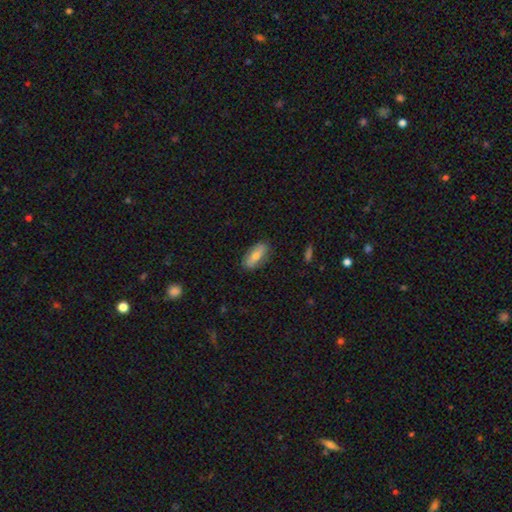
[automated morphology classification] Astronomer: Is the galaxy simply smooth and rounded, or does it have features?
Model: smooth — 61%.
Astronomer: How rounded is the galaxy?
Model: in between — 77%.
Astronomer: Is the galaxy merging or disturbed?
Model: none — 84%.